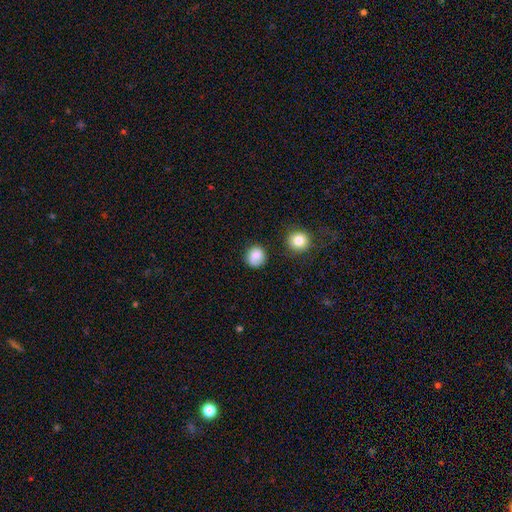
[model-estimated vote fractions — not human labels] Smooth or featured? smooth (80%)
How rounded? round (86%)
Merging? none (72%)